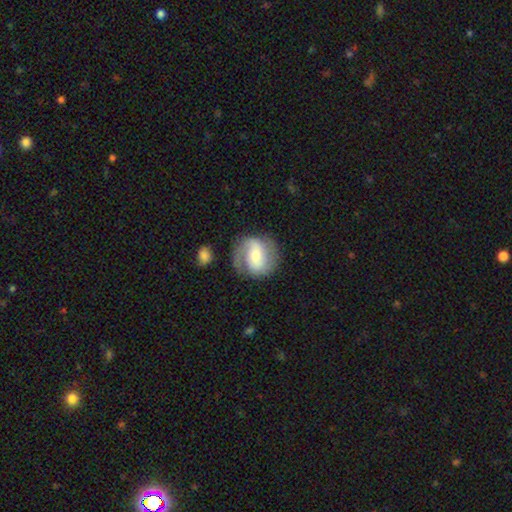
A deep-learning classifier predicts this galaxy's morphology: featured or disk 67%, smooth 27%, star or artifact 7%. Down the decision tree: edge-on disk — no (97%); bar — weak (43%); spiral arms — yes (89%); spiral arm count — 2 (80%); spiral winding — medium (45%); bulge size — moderate (46%); merging — none (70%).